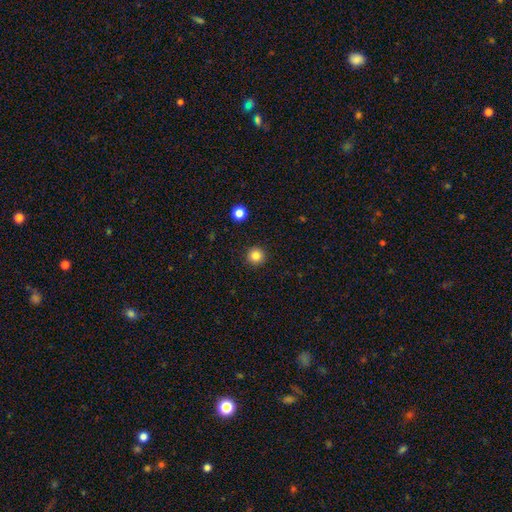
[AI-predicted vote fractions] Q: Smooth or featured?
A: smooth (83%); runner-up: star or artifact (12%)
Q: How rounded?
A: round (96%); runner-up: in between (3%)
Q: Merging?
A: none (93%); runner-up: minor disturbance (4%)